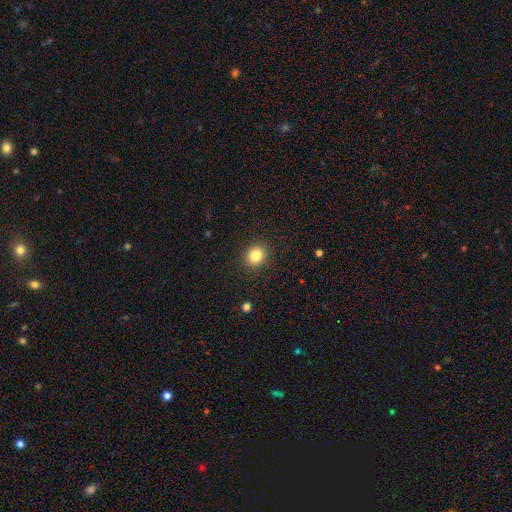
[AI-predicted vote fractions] The model was most divided on "how rounded": round: 79%, in between: 20%, cigar-shaped: 1%. More confident: merging — none (90%); smooth or featured — smooth (83%).